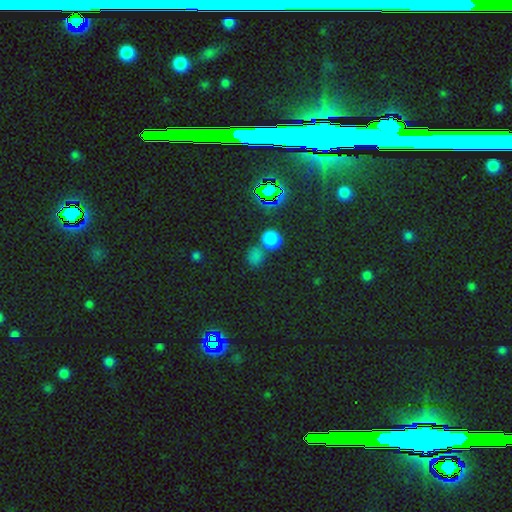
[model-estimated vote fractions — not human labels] A smooth galaxy with no disk features (63%) that is round (79%). Merging: none (61%).